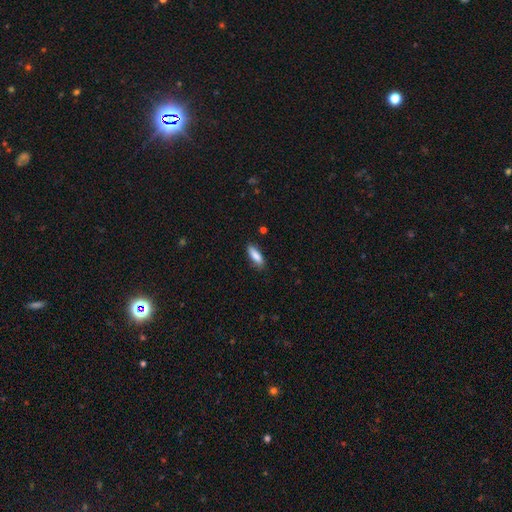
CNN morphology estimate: Smooth or featured? Predicted: smooth (p=0.86). How rounded? Predicted: in between (p=0.56). Merging? Predicted: none (p=0.78).